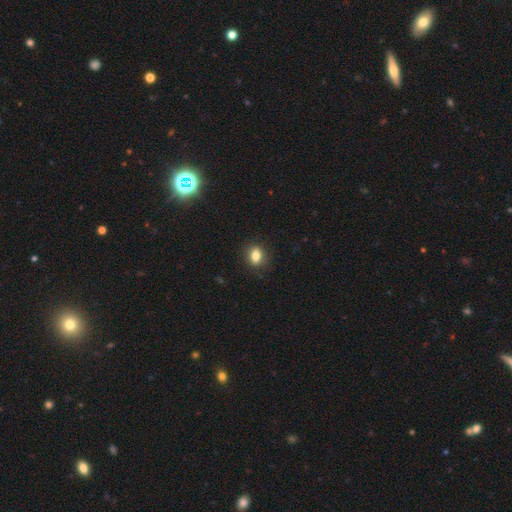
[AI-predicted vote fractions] smooth-or-featured: smooth: 82% | star or artifact: 10% | featured or disk: 9%
  how-rounded: in between: 67% | round: 31% | cigar-shaped: 2%
  merging: none: 86% | minor disturbance: 10% | major disturbance: 3% | merger: 1%